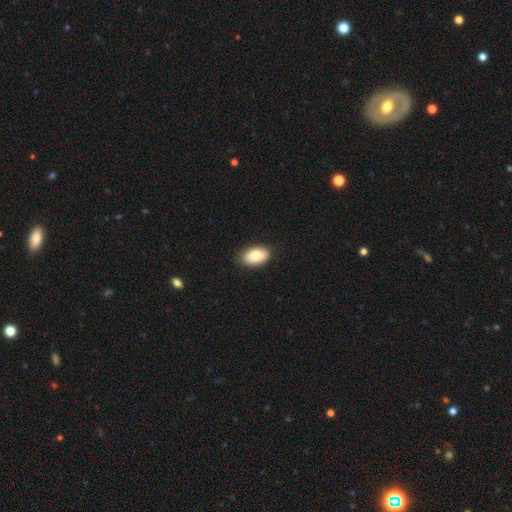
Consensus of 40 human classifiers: A smooth galaxy with no disk features (92%) that is in between round and cigar-shaped (95%).

Vote fractions:
- Smooth or featured? smooth: 92% / star or artifact: 8% / featured or disk: 0%
- How rounded? in between: 95% / round: 5% / cigar-shaped: 0%
- Merging? none: 89% / minor disturbance: 8% / major disturbance: 3% / merger: 0%